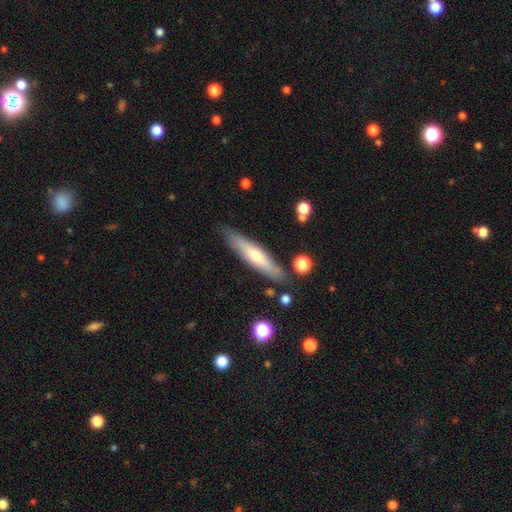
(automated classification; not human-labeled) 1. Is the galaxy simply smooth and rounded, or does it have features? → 50% smooth, 44% featured or disk, 6% star or artifact.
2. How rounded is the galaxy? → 84% cigar-shaped, 15% in between, 1% round.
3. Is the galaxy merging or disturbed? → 84% none, 11% minor disturbance, 2% merger, 2% major disturbance.